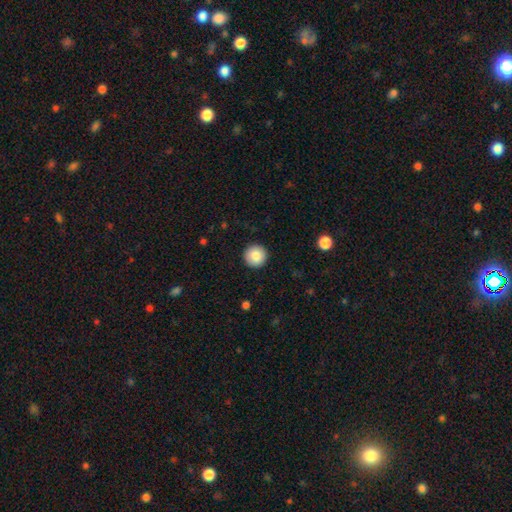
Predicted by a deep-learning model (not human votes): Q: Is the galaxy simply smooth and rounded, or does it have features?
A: smooth — 85%.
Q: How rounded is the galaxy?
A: round — 96%.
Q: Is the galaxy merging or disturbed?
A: none — 93%.